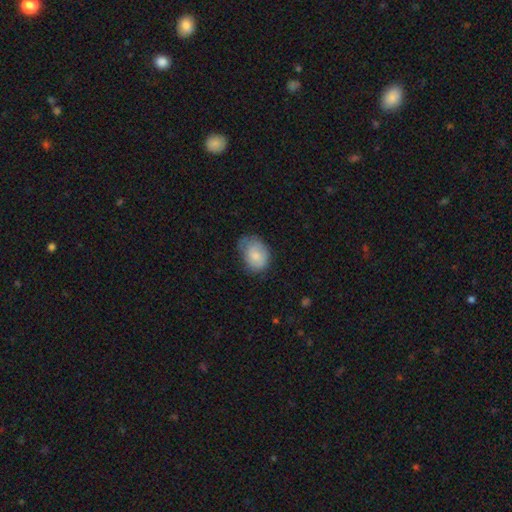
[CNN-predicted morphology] Overall: smooth (75%). How rounded: in between (70%). Merging: none (45%; minor disturbance 38%).